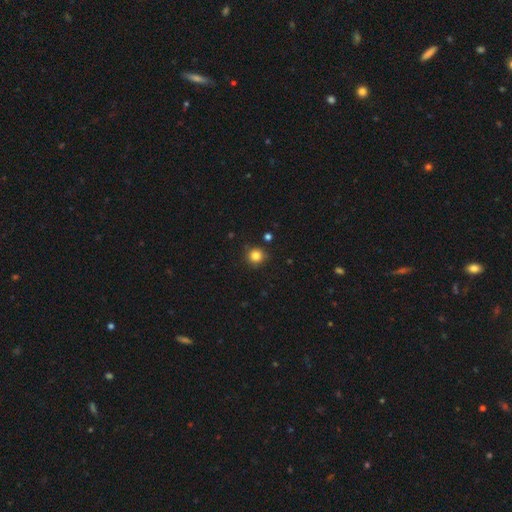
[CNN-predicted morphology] type=smooth (82%); roundness=round (93%); merging=none (88%).